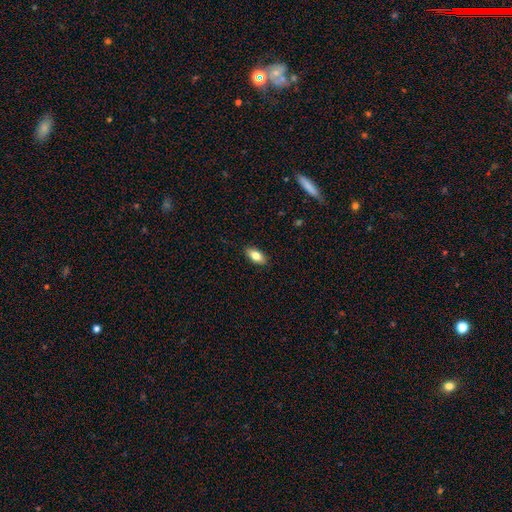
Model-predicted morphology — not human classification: smooth 81%, featured or disk 12%, star or artifact 7%. Down the decision tree: how rounded — in between (88%); merging — none (88%).